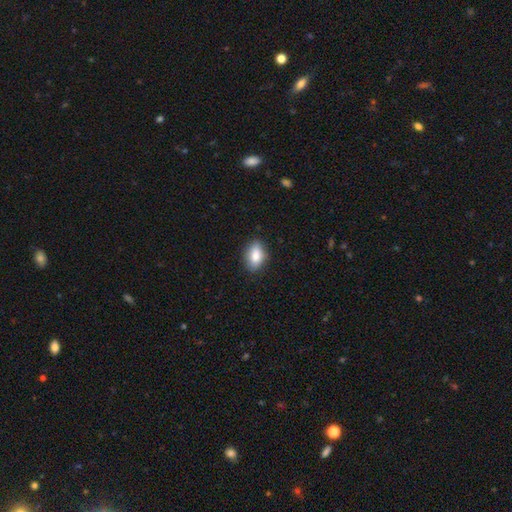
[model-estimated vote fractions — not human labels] Smooth or featured? Predicted: smooth (p=0.83). How rounded? Predicted: in between (p=0.86). Merging? Predicted: none (p=0.84).